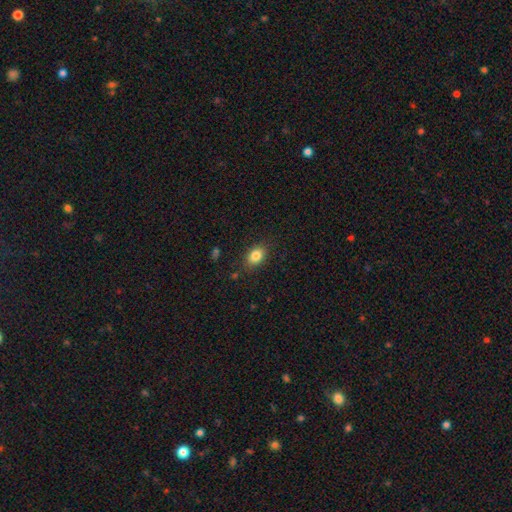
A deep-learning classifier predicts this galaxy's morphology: Smooth or featured?
  - smooth: 84% *
  - star or artifact: 9%
  - featured or disk: 7%
How rounded?
  - in between: 77% *
  - round: 21%
  - cigar-shaped: 2%
Merging?
  - none: 84% *
  - minor disturbance: 12%
  - major disturbance: 3%
  - merger: 1%